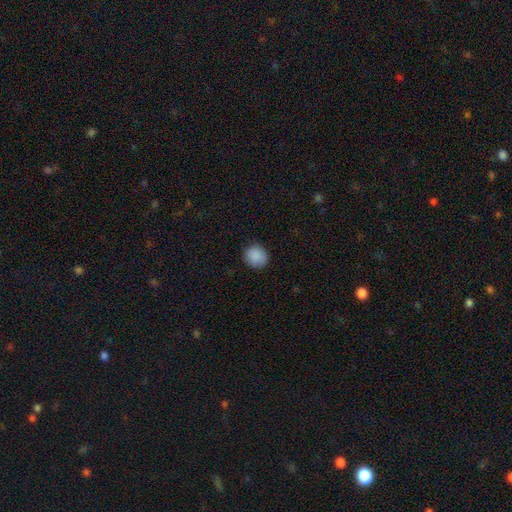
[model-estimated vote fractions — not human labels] Smooth or featured? Predicted: smooth (p=0.89). How rounded? Predicted: round (p=0.85). Merging? Predicted: none (p=0.88).